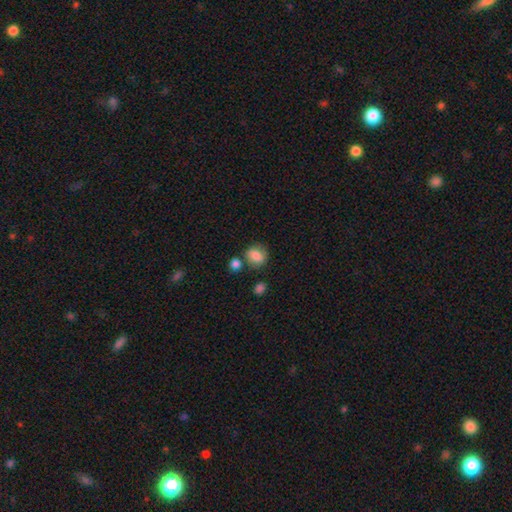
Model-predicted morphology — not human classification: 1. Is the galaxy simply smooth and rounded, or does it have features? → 83% smooth, 9% star or artifact, 8% featured or disk.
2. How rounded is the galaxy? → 63% round, 36% in between, 1% cigar-shaped.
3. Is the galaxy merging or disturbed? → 68% none, 16% minor disturbance, 11% merger, 5% major disturbance.